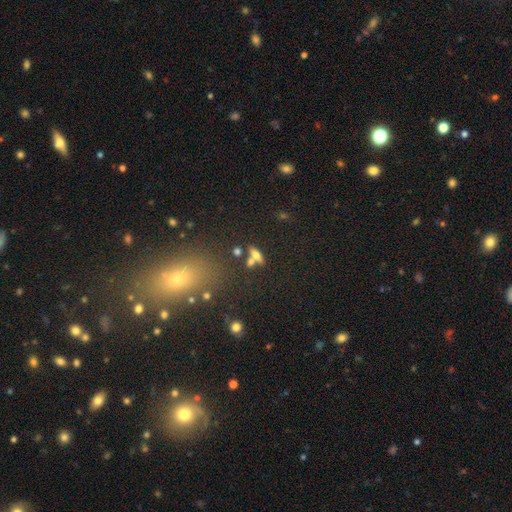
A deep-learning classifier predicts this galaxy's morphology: Smooth or featured: smooth — 53% (featured or disk — 31%)
How rounded: in between — 49% (cigar-shaped — 37%)
Merging: none — 59% (merger — 22%)